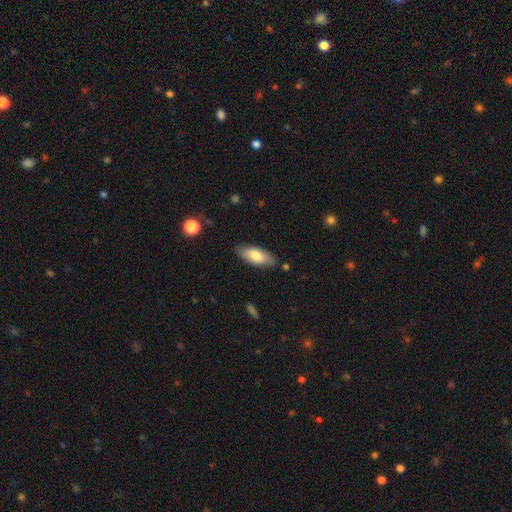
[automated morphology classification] type=smooth (78%); roundness=in between (80%); merging=none (83%).